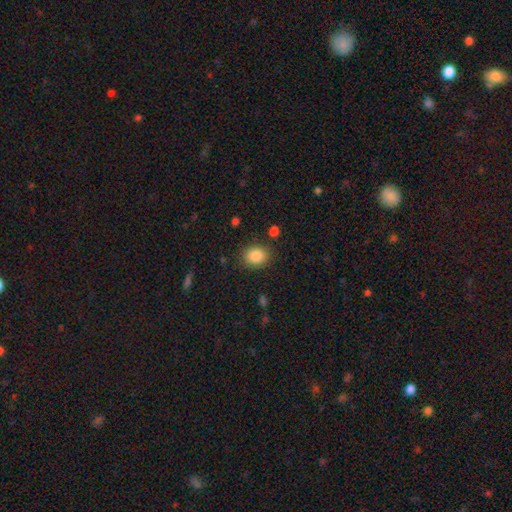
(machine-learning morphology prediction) A smooth galaxy with no disk features (87%) that is round (52%).

Vote fractions:
- Smooth or featured? smooth: 87% / star or artifact: 9% / featured or disk: 4%
- How rounded? round: 52% / in between: 47% / cigar-shaped: 1%
- Merging? none: 83% / minor disturbance: 11% / major disturbance: 4% / merger: 2%